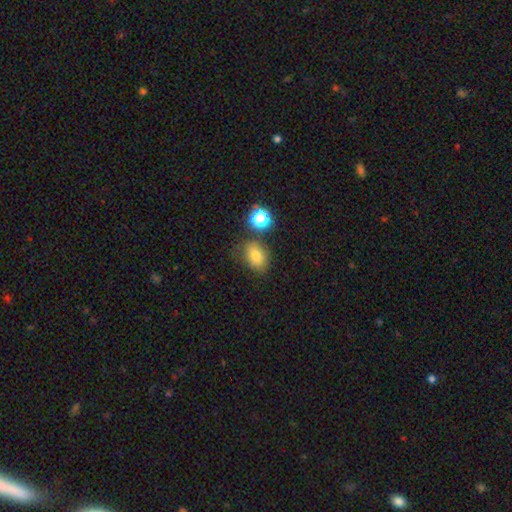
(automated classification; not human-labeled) Q: Smooth or featured?
A: smooth (76%); runner-up: star or artifact (14%)
Q: How rounded?
A: in between (68%); runner-up: round (31%)
Q: Merging?
A: none (69%); runner-up: minor disturbance (17%)